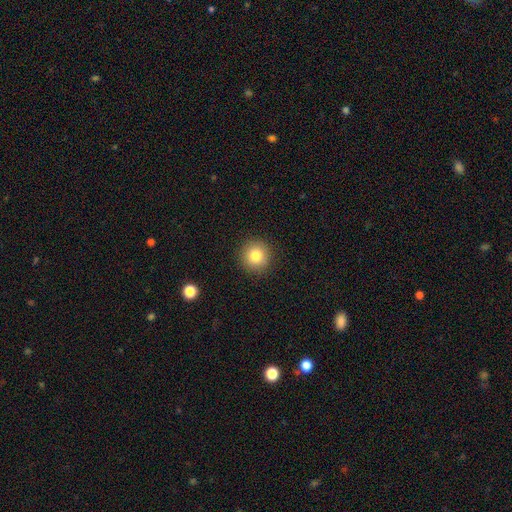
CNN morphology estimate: A smooth galaxy with no disk features (82%) that is round (94%). Merging: none (91%).